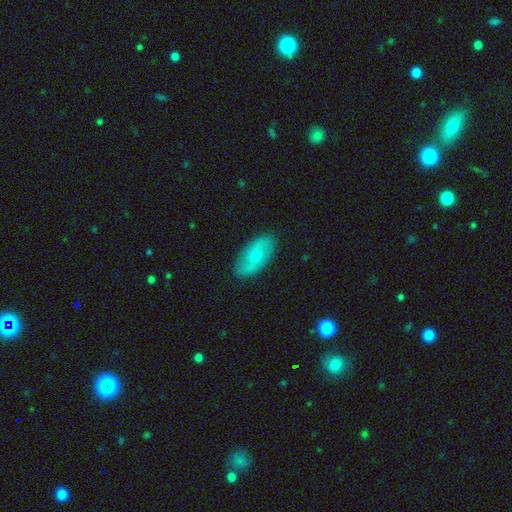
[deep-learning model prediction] smooth-or-featured: smooth: 56% | featured or disk: 37% | star or artifact: 7%
  how-rounded: in between: 90% | cigar-shaped: 6% | round: 4%
  merging: none: 85% | minor disturbance: 11% | major disturbance: 2% | merger: 1%